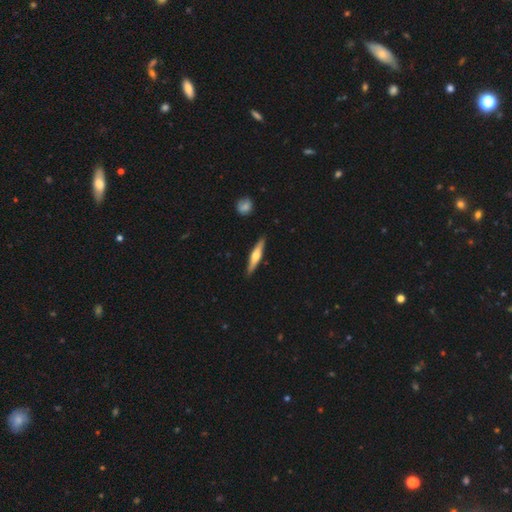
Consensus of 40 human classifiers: Smooth or featured: featured or disk — 52% (smooth — 48%)
Edge-on disk: yes — 95% (no — 5%)
Edge-on bulge: rounded — 90% (none — 10%)
Merging: none — 98% (minor disturbance — 2%)